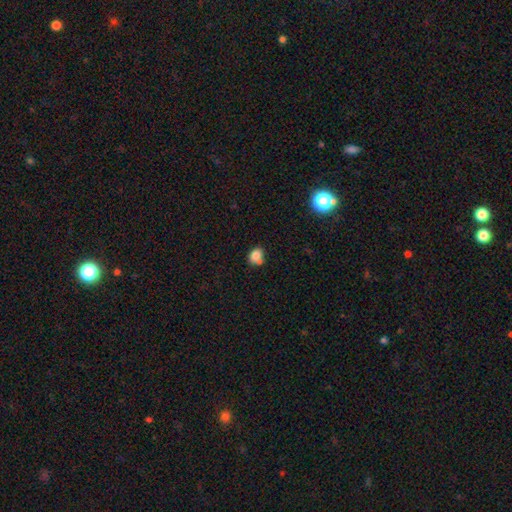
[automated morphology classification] smooth 80%, star or artifact 11%, featured or disk 9%. Down the decision tree: how rounded — round (51%); merging — none (53%).